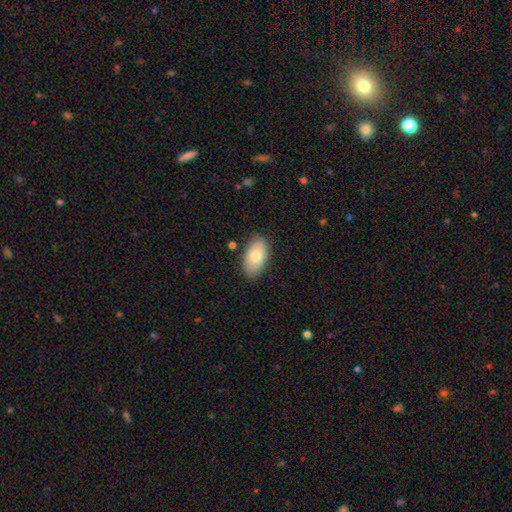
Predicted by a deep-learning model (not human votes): smooth 76%, featured or disk 17%, star or artifact 6%. Down the decision tree: how rounded — in between (94%); merging — none (81%).